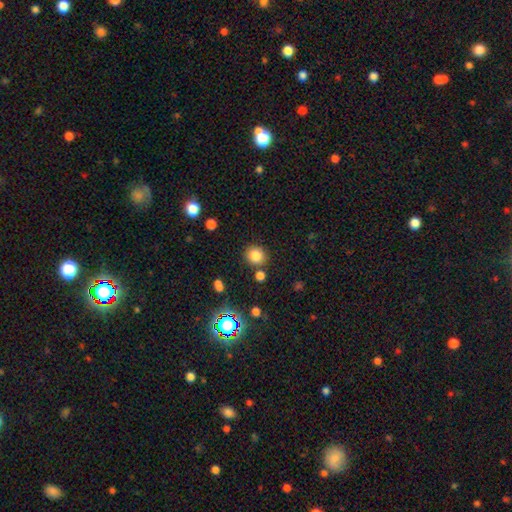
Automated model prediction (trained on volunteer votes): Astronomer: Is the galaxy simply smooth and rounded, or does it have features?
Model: smooth — 82%.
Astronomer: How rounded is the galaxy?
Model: round — 85%.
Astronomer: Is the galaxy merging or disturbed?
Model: none — 80%.